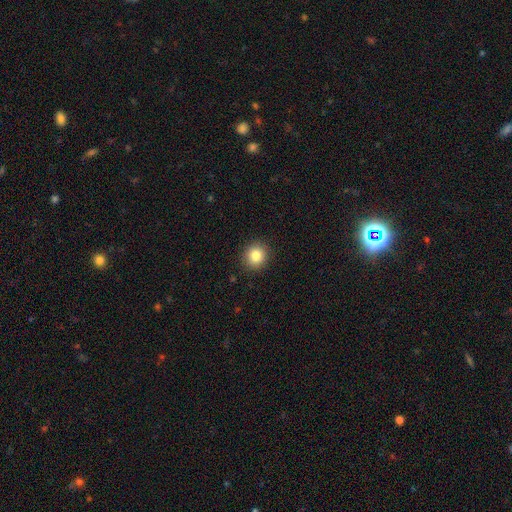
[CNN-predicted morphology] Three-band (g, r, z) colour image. It shows a smooth galaxy with no disk features (84%) that is round (88%). Merging: none (91%).